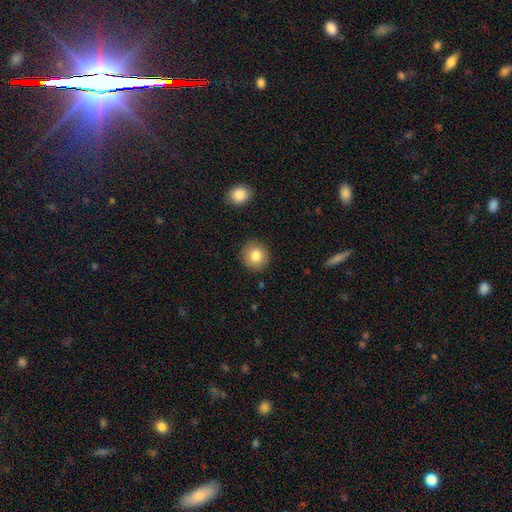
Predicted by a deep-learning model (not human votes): smooth-or-featured: smooth: 83% | star or artifact: 9% | featured or disk: 8%
  how-rounded: round: 89% | in between: 10% | cigar-shaped: 1%
  merging: none: 89% | minor disturbance: 7% | major disturbance: 2% | merger: 2%